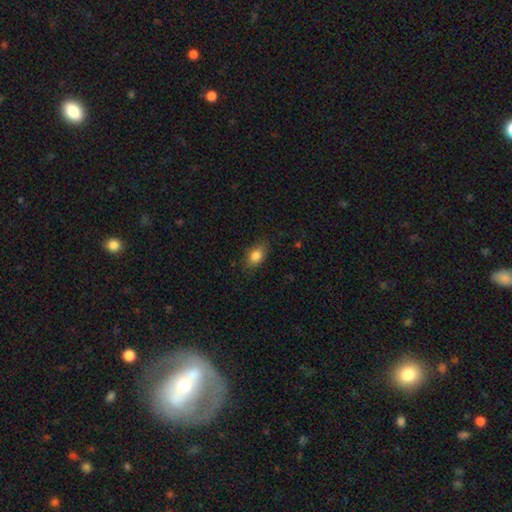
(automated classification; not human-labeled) Morphology: type=smooth (84%); roundness=in between (82%); merging=none (80%).